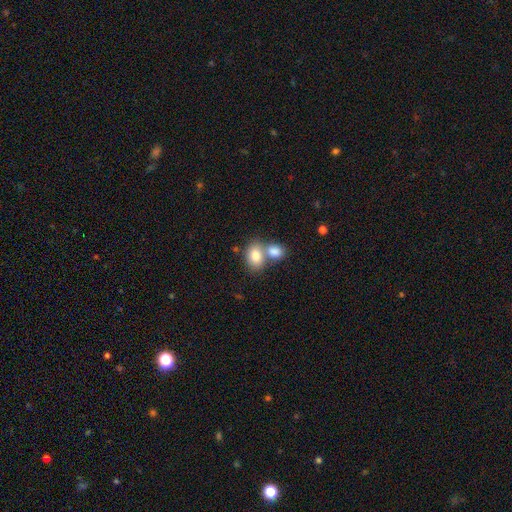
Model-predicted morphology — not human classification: smooth_or_featured: smooth (p=0.81) [alt: featured or disk p=0.11]
how_rounded: in between (p=0.71) [alt: round p=0.28]
merging: merger (p=0.54) [alt: none p=0.35]